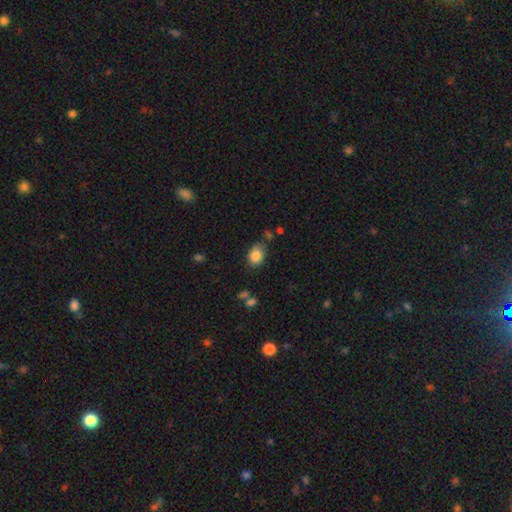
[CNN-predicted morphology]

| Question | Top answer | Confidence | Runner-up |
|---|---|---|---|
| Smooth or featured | smooth | 86% | star or artifact (9%) |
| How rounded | in between | 65% | round (34%) |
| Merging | none | 70% | minor disturbance (20%) |